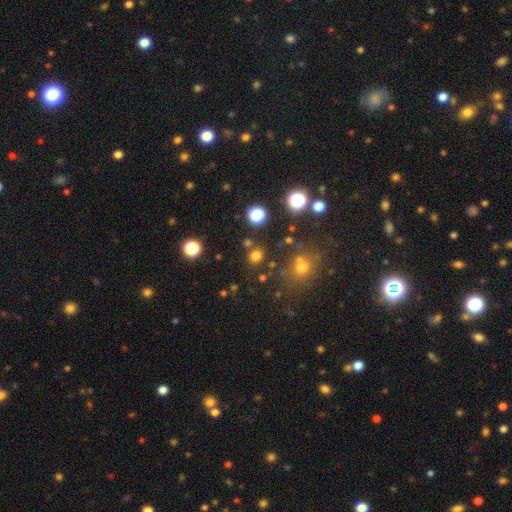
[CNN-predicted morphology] This is likely a smooth galaxy (71%). How rounded: clearly round (85%). Merging: likely none (80%).